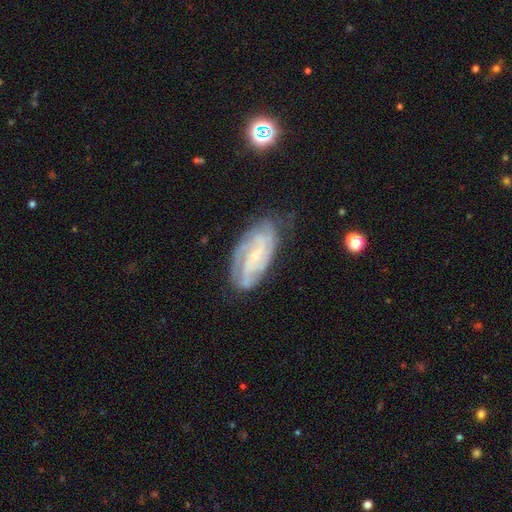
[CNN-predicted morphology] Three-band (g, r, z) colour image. It shows a featured or disk galaxy (84%) with no bar (53%), 3 (28%) tight (58%) spiral arms (96%) and a small central bulge (77%). Merging: none (71%).